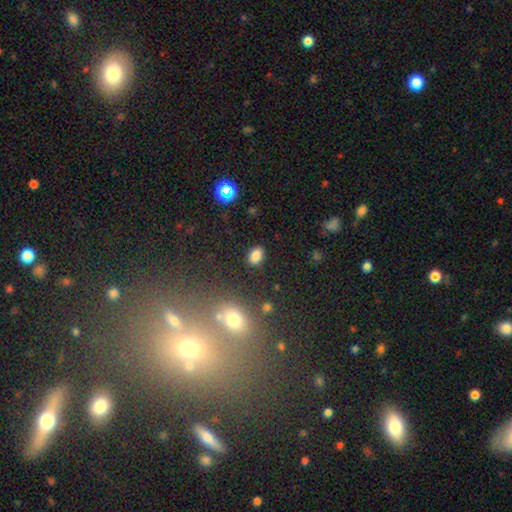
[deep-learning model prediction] Overall: smooth (83%). How rounded: in between (81%). Merging: none (84%).